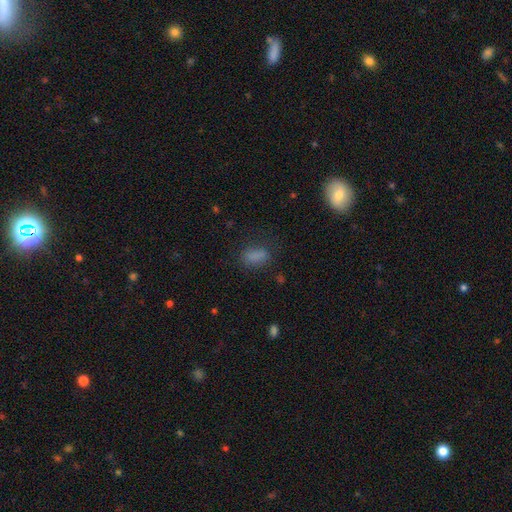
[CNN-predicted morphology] smooth_or_featured: smooth (p=0.80) [alt: star or artifact p=0.13]
how_rounded: in between (p=0.82) [alt: round p=0.10]
merging: none (p=0.71) [alt: minor disturbance p=0.18]